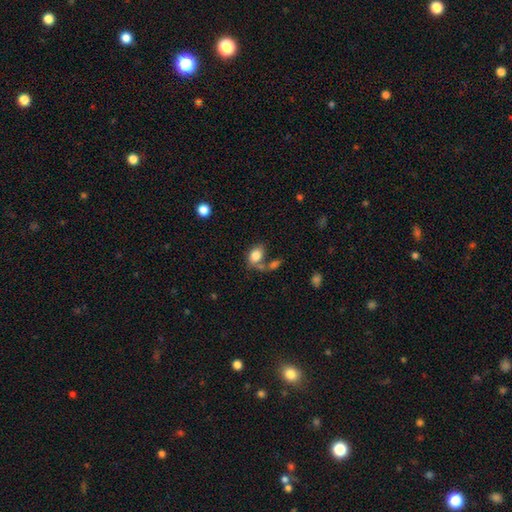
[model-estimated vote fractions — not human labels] The model was most divided on "merging": none: 50%, merger: 27%, minor disturbance: 16%, major disturbance: 7%. More confident: smooth or featured — smooth (82%); how rounded — in between (81%).